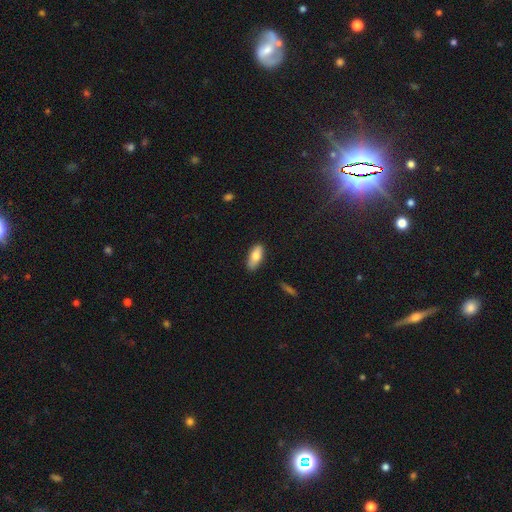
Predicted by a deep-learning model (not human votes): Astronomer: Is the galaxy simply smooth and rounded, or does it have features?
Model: smooth — 78%.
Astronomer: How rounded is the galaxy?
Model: in between — 78%.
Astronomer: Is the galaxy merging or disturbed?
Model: none — 82%.